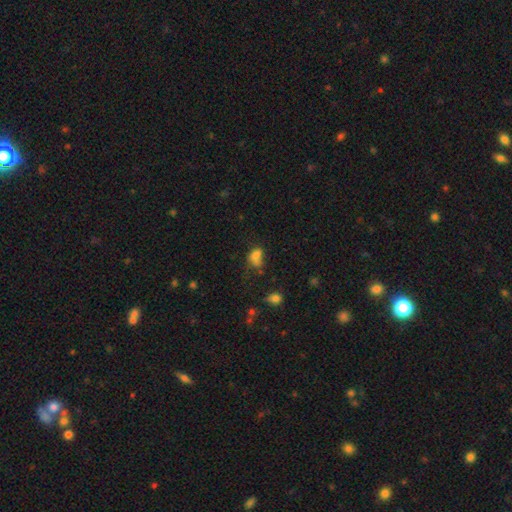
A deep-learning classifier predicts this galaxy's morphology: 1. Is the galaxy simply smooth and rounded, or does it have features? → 71% smooth, 16% star or artifact, 13% featured or disk.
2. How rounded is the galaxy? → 77% in between, 20% round, 2% cigar-shaped.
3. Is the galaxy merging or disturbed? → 30% none, 25% major disturbance, 25% minor disturbance, 19% merger.